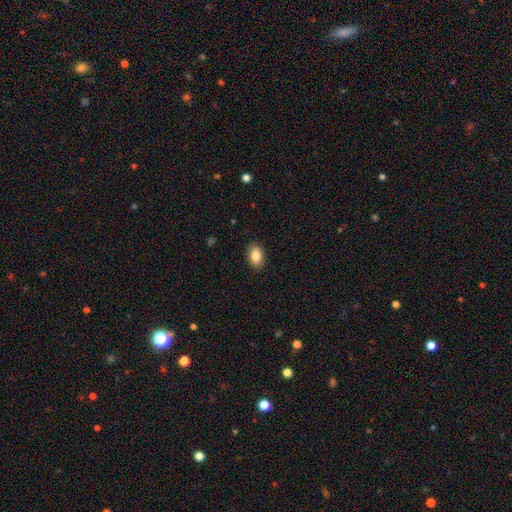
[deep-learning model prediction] Smooth or featured: smooth — 84% (featured or disk — 8%)
How rounded: in between — 89% (round — 10%)
Merging: none — 89% (minor disturbance — 8%)